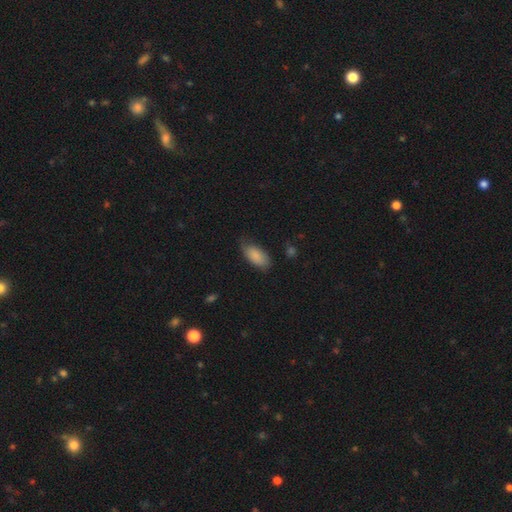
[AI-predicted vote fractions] Overall: smooth (84%). How rounded: in between (92%). Merging: none (63%; minor disturbance 29%).